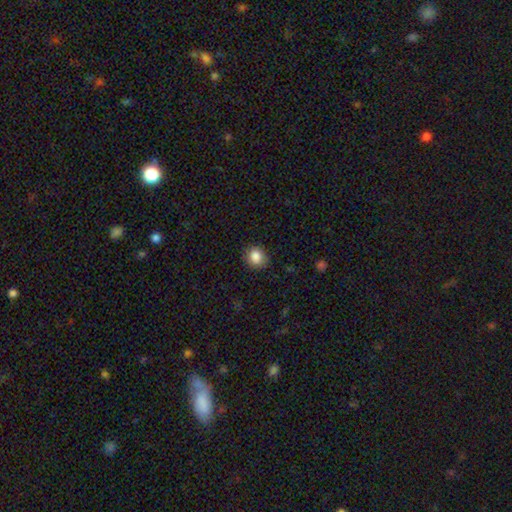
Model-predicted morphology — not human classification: type=smooth (86%); roundness=round (76%); merging=none (85%).